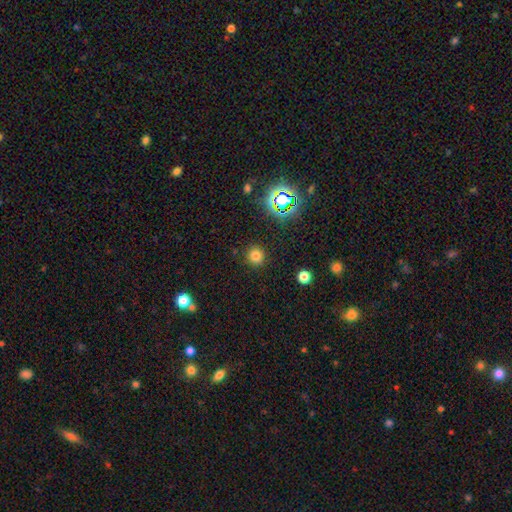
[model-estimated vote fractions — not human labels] Smooth or featured?
  - smooth: 75% *
  - star or artifact: 19%
  - featured or disk: 6%
How rounded?
  - round: 91% *
  - in between: 8%
  - cigar-shaped: 1%
Merging?
  - none: 89% *
  - minor disturbance: 7%
  - major disturbance: 3%
  - merger: 1%